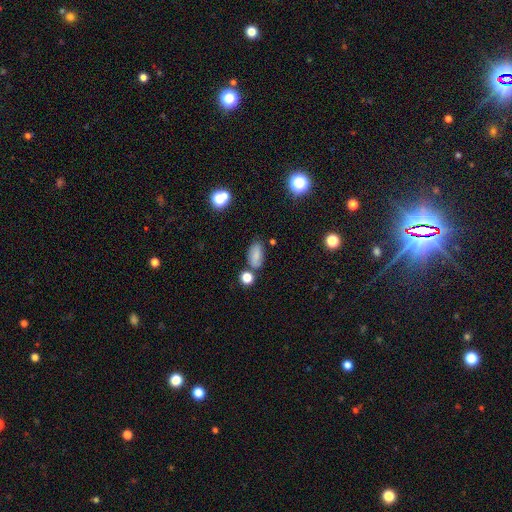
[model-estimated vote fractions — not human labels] smooth-or-featured: smooth: 77% | star or artifact: 12% | featured or disk: 11%
  how-rounded: in between: 88% | round: 6% | cigar-shaped: 5%
  merging: none: 68% | minor disturbance: 18% | merger: 9% | major disturbance: 5%